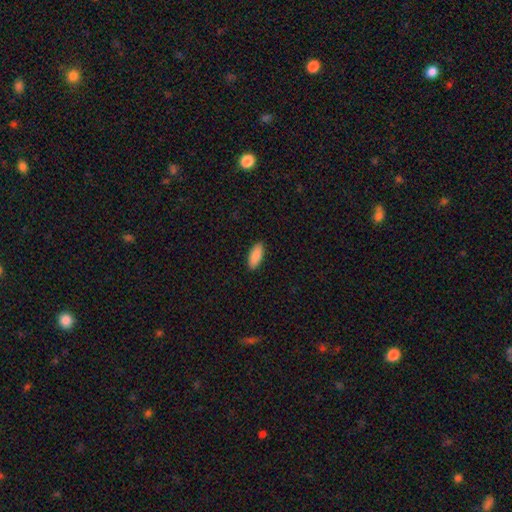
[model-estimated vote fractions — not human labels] Morphology: type=smooth (89%); roundness=in between (81%); merging=none (90%).